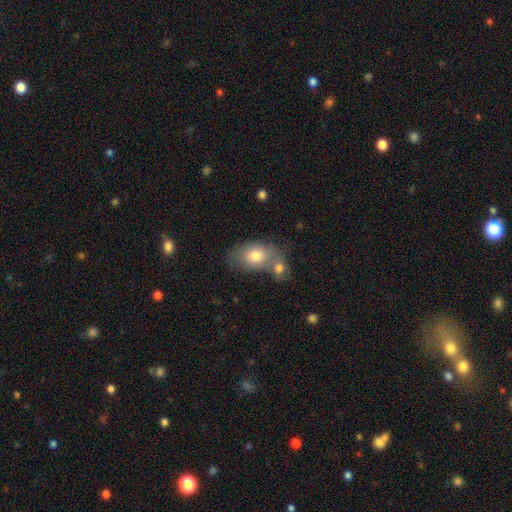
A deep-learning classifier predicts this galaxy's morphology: Smooth or featured: smooth — 76% (featured or disk — 16%)
How rounded: in between — 86% (round — 13%)
Merging: merger — 43% (none — 39%)